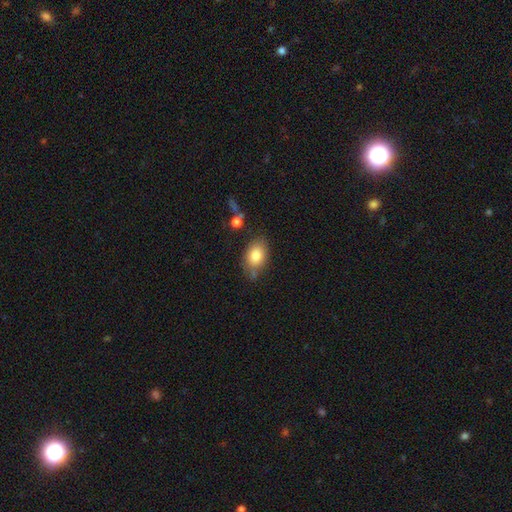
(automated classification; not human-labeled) Smooth or featured? smooth (80%)
How rounded? in between (82%)
Merging? none (67%)